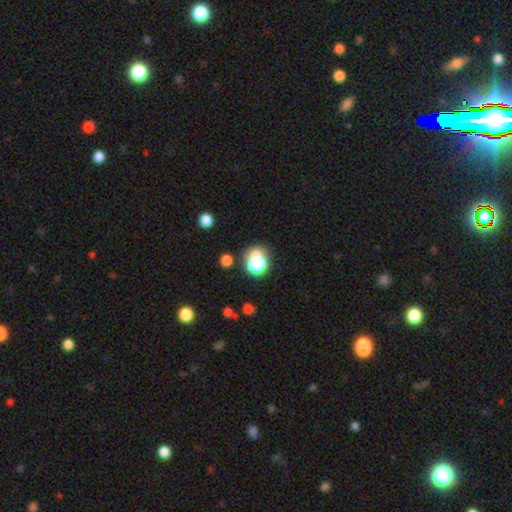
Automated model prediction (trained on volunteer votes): Smooth or featured?
  - smooth: 63% *
  - star or artifact: 24%
  - featured or disk: 13%
How rounded?
  - round: 73% *
  - in between: 26%
  - cigar-shaped: 1%
Merging?
  - none: 55% *
  - merger: 22%
  - minor disturbance: 14%
  - major disturbance: 9%